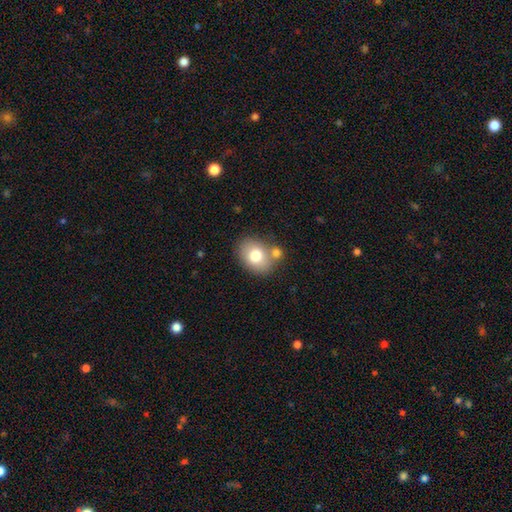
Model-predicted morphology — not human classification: smooth 75%, featured or disk 16%, star or artifact 9%. Down the decision tree: how rounded — in between (58%); merging — none (61%).